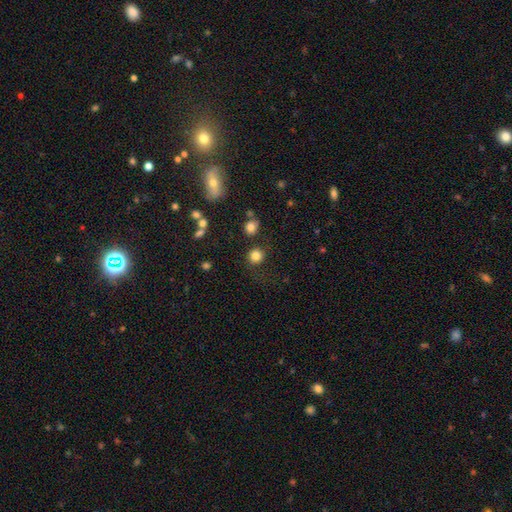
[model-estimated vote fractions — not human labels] Smooth or featured? smooth (83%)
How rounded? round (91%)
Merging? none (81%)